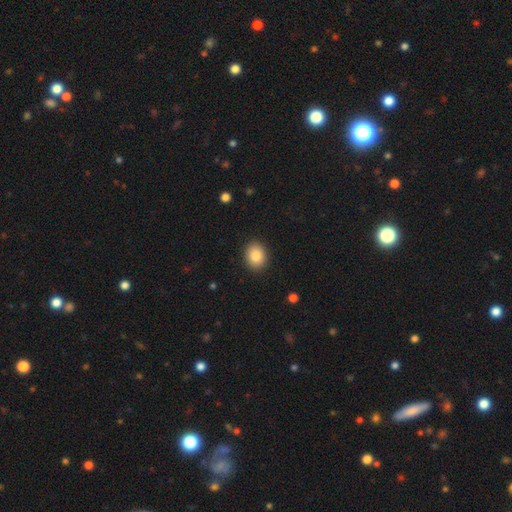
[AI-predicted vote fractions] A smooth galaxy with no disk features (87%) that is in between round and cigar-shaped (54%). Merging: none (90%).